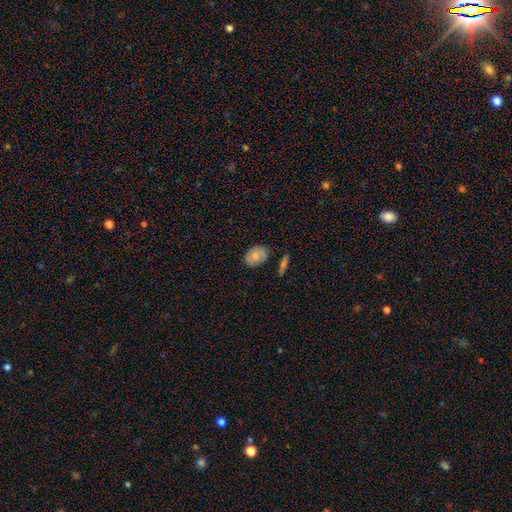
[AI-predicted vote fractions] Smooth or featured?
  - smooth: 77% *
  - featured or disk: 16%
  - star or artifact: 7%
How rounded?
  - in between: 78% *
  - round: 20%
  - cigar-shaped: 1%
Merging?
  - none: 77% *
  - minor disturbance: 16%
  - merger: 4%
  - major disturbance: 3%